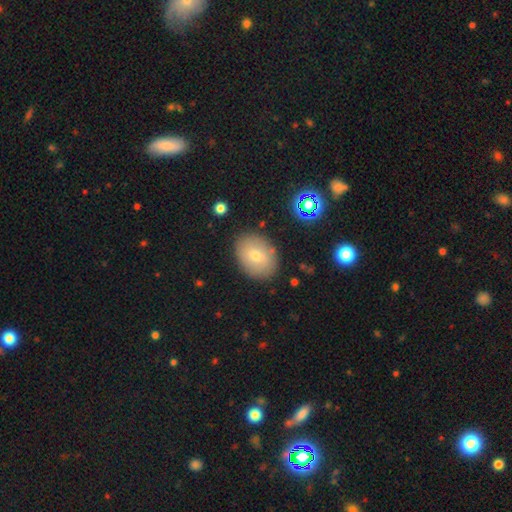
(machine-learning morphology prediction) A smooth galaxy with no disk features (71%) that is in between round and cigar-shaped (70%). Merging: none (85%).